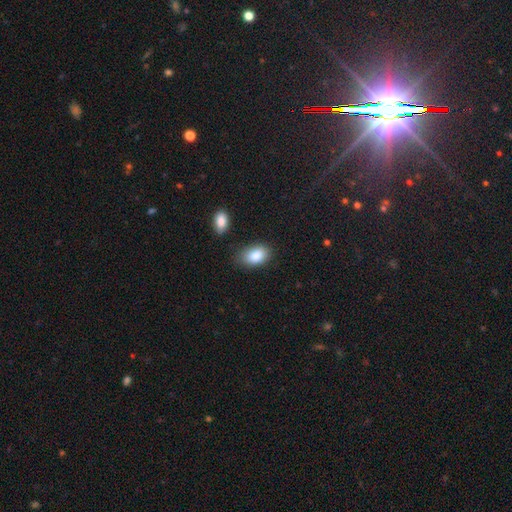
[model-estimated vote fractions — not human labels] smooth-or-featured: smooth: 86% | star or artifact: 7% | featured or disk: 7%
  how-rounded: in between: 90% | round: 9% | cigar-shaped: 1%
  merging: none: 77% | minor disturbance: 16% | major disturbance: 4% | merger: 3%